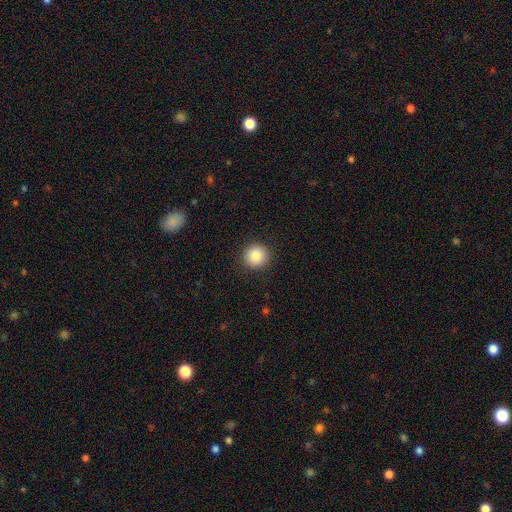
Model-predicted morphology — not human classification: Smooth or featured: smooth — 86% (star or artifact — 9%)
How rounded: round — 94% (in between — 5%)
Merging: none — 92% (minor disturbance — 5%)